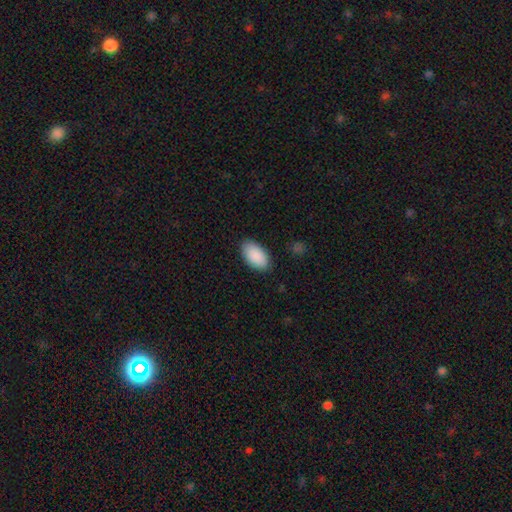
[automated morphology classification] smooth 91%, star or artifact 6%, featured or disk 4%. Down the decision tree: how rounded — in between (96%); merging — none (86%).